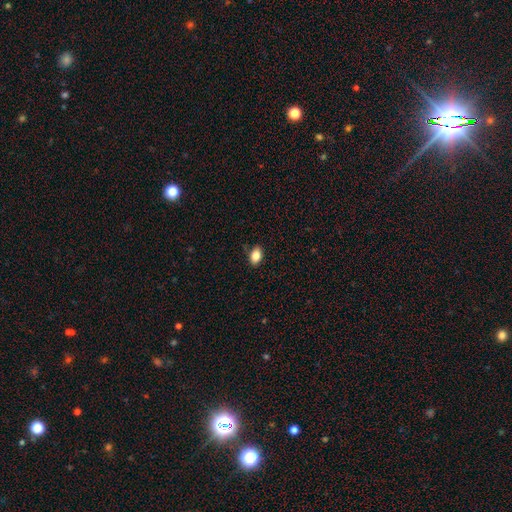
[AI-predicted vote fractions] Smooth or featured? Predicted: smooth (p=0.84). How rounded? Predicted: in between (p=0.86). Merging? Predicted: none (p=0.85).